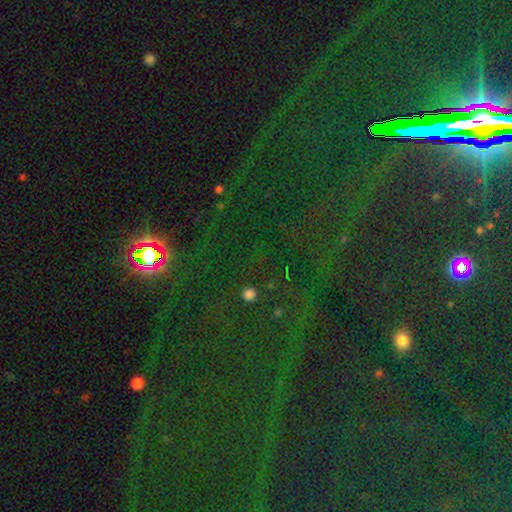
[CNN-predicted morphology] star or artifact 84%, smooth 9%, featured or disk 7%.